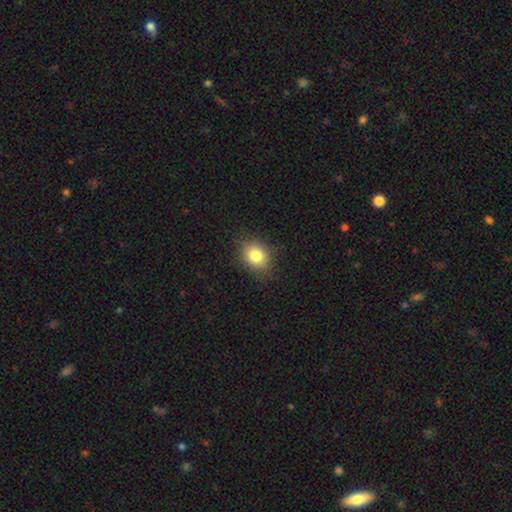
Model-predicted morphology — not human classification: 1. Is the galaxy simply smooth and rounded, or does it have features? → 82% smooth, 10% star or artifact, 7% featured or disk.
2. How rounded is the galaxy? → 50% in between, 49% round, 1% cigar-shaped.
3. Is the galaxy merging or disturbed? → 85% none, 11% minor disturbance, 3% major disturbance, 1% merger.